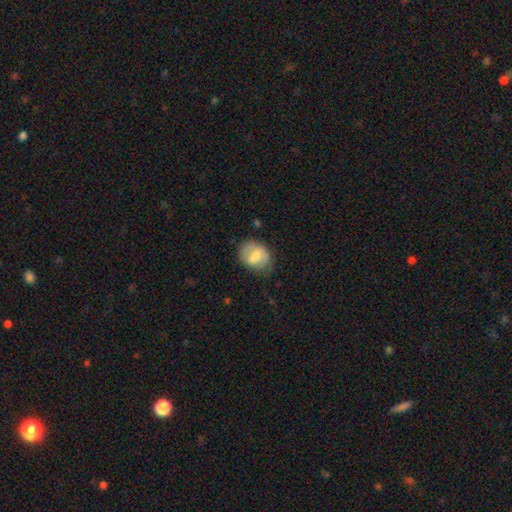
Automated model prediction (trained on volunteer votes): A smooth galaxy with no disk features (63%) that is round (51%).

Vote fractions:
- Smooth or featured? smooth: 63% / featured or disk: 30% / star or artifact: 7%
- How rounded? round: 51% / in between: 47% / cigar-shaped: 1%
- Merging? none: 64% / minor disturbance: 25% / major disturbance: 9% / merger: 2%